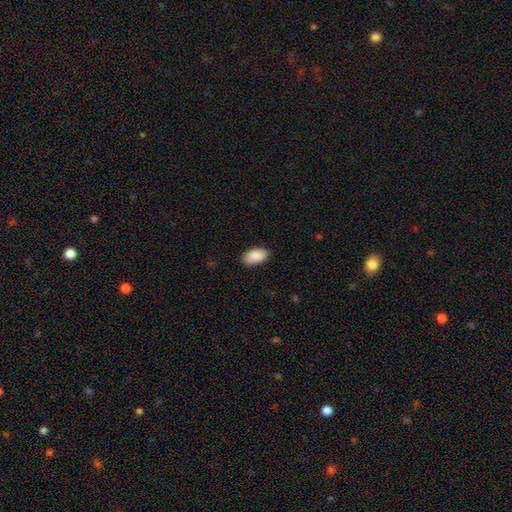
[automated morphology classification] The model was most divided on "merging": none: 84%, minor disturbance: 13%, major disturbance: 2%, merger: 1%. More confident: how rounded — in between (95%); smooth or featured — smooth (90%).